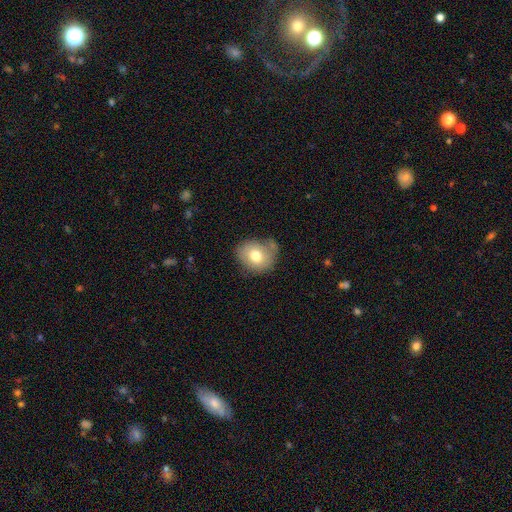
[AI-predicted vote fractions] A smooth galaxy with no disk features (75%) that is round (63%).

Vote fractions:
- Smooth or featured? smooth: 75% / featured or disk: 17% / star or artifact: 9%
- How rounded? round: 63% / in between: 37% / cigar-shaped: 1%
- Merging? none: 59% / minor disturbance: 26% / major disturbance: 8% / merger: 7%